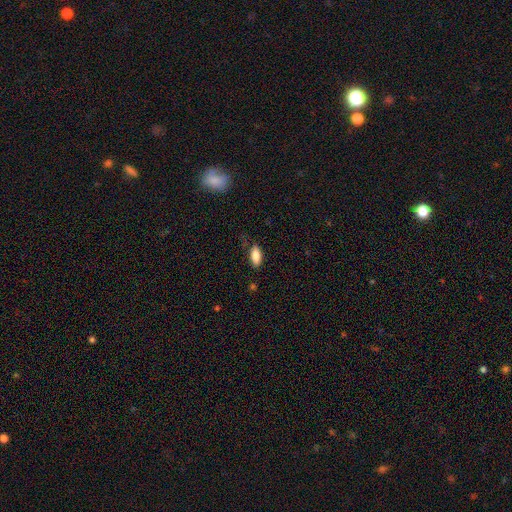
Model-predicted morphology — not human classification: This is clearly a smooth galaxy (84%). How rounded: clearly in between (84%). Merging: likely none (75%).